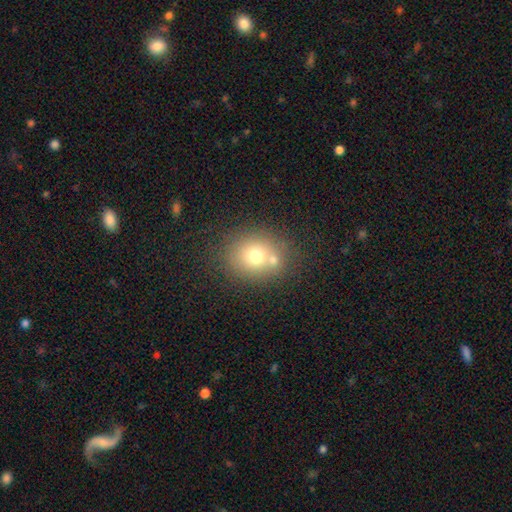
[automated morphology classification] Q: Smooth or featured?
A: smooth (70%); runner-up: featured or disk (17%)
Q: How rounded?
A: round (69%); runner-up: in between (30%)
Q: Merging?
A: none (56%); runner-up: merger (29%)